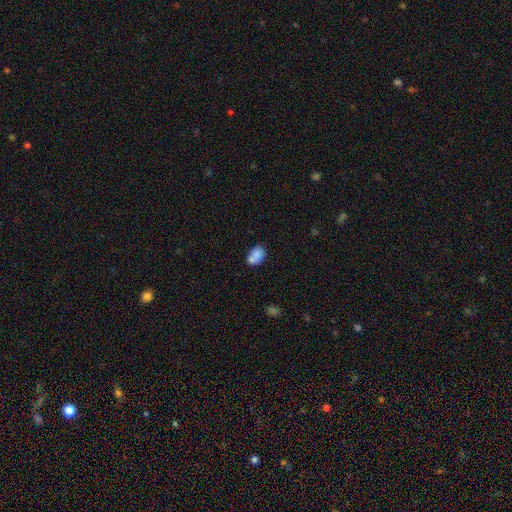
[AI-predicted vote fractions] Smooth or featured: smooth — 79% (featured or disk — 13%)
How rounded: in between — 75% (round — 24%)
Merging: none — 42% (merger — 38%)